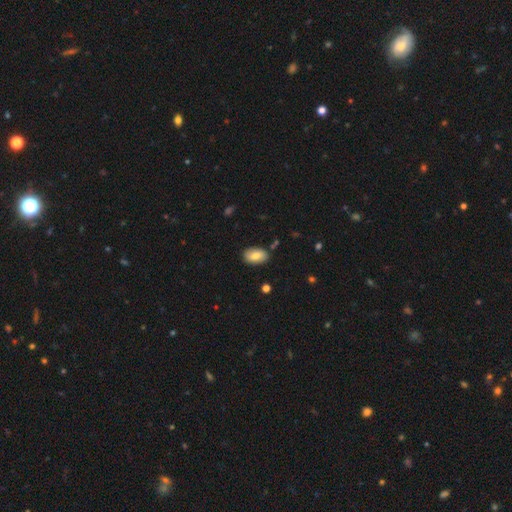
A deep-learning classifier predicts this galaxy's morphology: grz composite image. It shows a smooth galaxy with no disk features (78%) that is in between round and cigar-shaped (93%). Merging: none (83%).